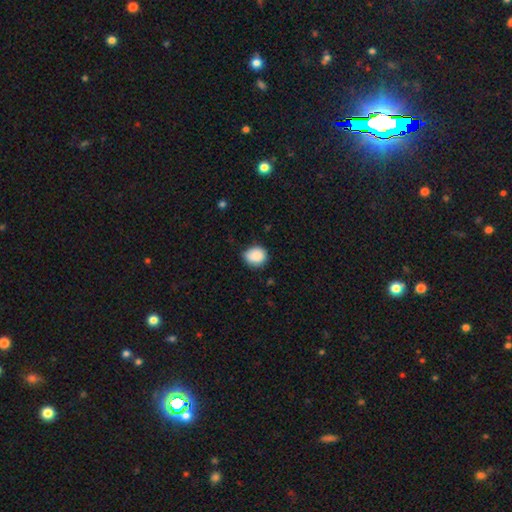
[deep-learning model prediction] A smooth galaxy with no disk features (88%) that is round (72%).

Vote fractions:
- Smooth or featured? smooth: 88% / star or artifact: 8% / featured or disk: 4%
- How rounded? round: 72% / in between: 28% / cigar-shaped: 1%
- Merging? none: 72% / minor disturbance: 23% / major disturbance: 4% / merger: 1%